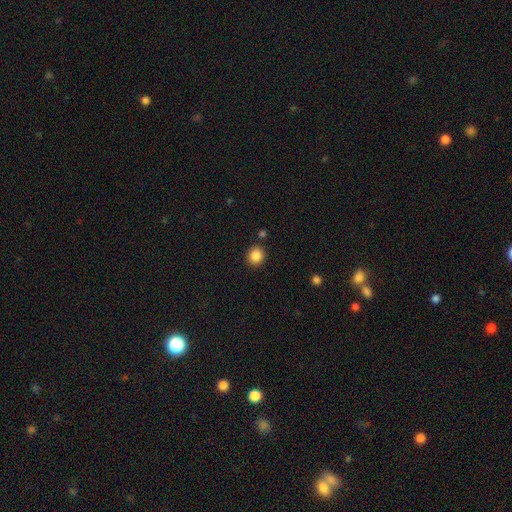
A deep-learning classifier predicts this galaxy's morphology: This appears to be a smooth galaxy with no disk features (86%) that is round (88%). Merging: none (88%).